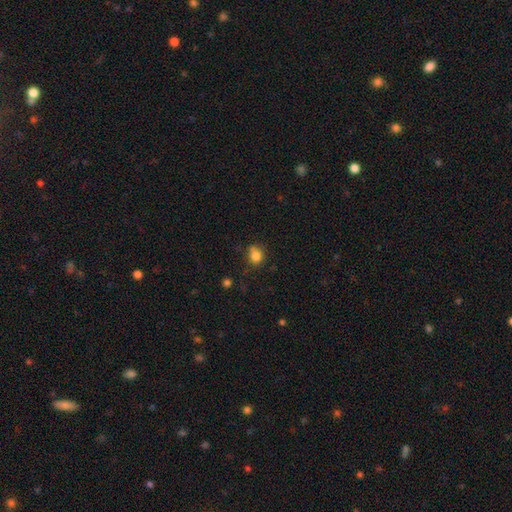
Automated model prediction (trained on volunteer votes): Smooth or featured: smooth — 81% (star or artifact — 12%)
How rounded: round — 66% (in between — 33%)
Merging: none — 61% (minor disturbance — 23%)